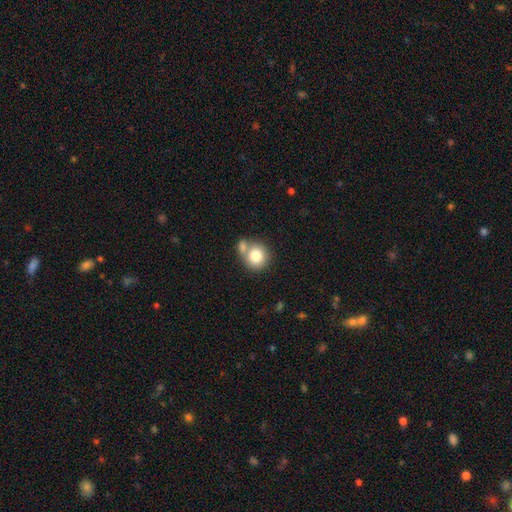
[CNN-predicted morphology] Smooth or featured?
  - smooth: 79% *
  - featured or disk: 12%
  - star or artifact: 9%
How rounded?
  - round: 84% *
  - in between: 15%
  - cigar-shaped: 1%
Merging?
  - none: 47% *
  - merger: 39%
  - minor disturbance: 10%
  - major disturbance: 4%